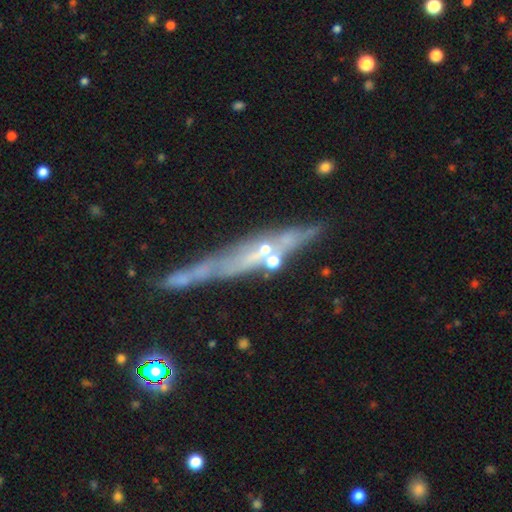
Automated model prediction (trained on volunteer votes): Morphology: type=featured or disk (60%); edge-on=yes (76%); merging=none (65%).